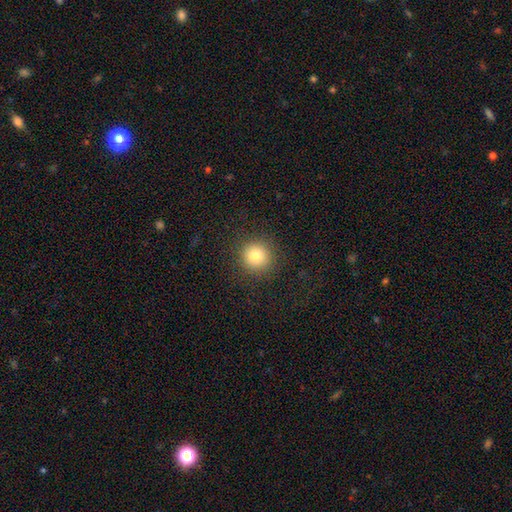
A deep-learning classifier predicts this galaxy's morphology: smooth 81%, star or artifact 12%, featured or disk 7%. Down the decision tree: how rounded — round (94%); merging — none (90%).